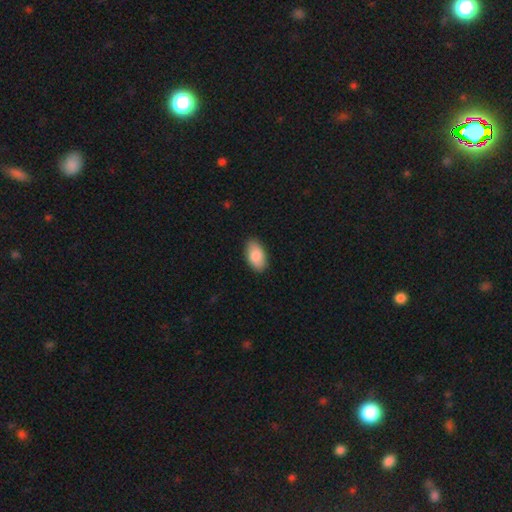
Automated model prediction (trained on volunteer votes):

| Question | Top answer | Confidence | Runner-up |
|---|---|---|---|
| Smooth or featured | smooth | 86% | featured or disk (8%) |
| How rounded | in between | 94% | round (4%) |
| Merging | none | 87% | minor disturbance (10%) |